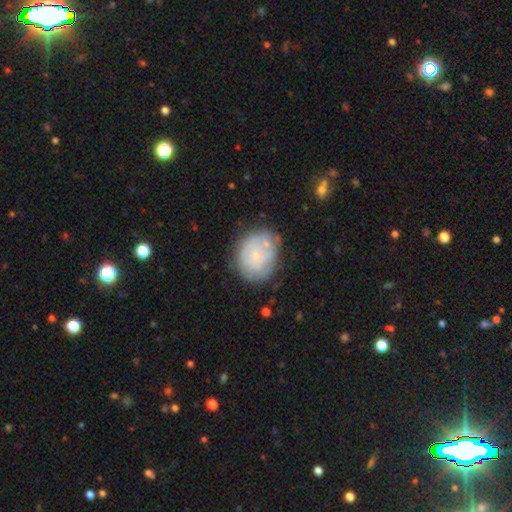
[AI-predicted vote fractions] Smooth or featured? smooth (51%)
How rounded? round (59%)
Merging? none (62%)